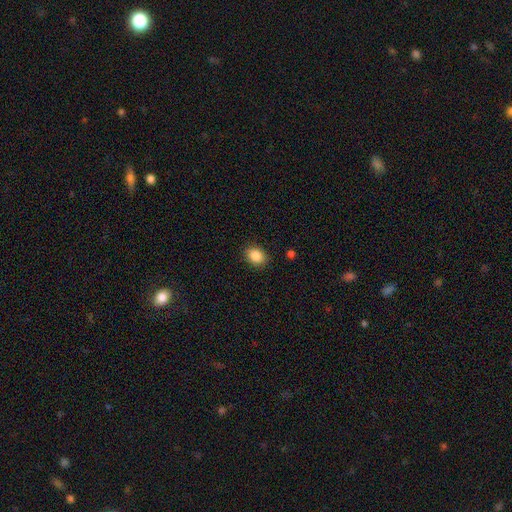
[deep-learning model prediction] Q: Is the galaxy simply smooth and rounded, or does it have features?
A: smooth — 87%.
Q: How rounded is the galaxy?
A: in between — 59%.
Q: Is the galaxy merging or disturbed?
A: none — 87%.